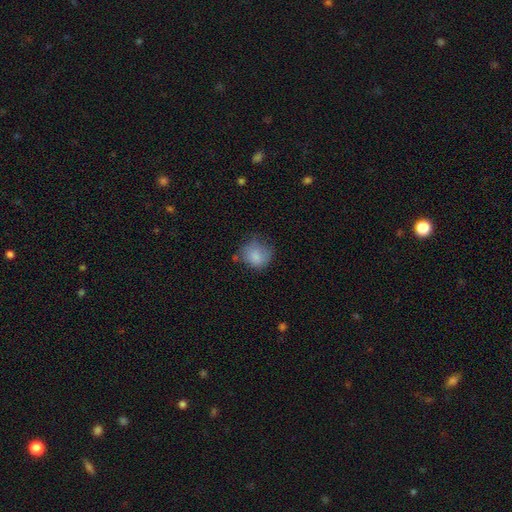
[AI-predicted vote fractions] This appears to be a smooth galaxy with no disk features (82%) that is round (76%). Merging: none (53%).